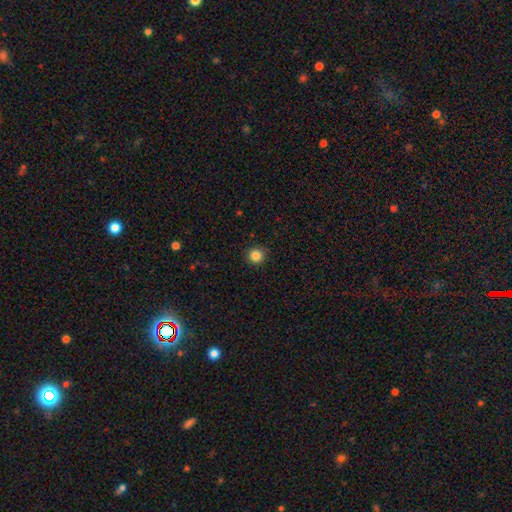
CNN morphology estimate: Smooth or featured? smooth (85%)
How rounded? round (94%)
Merging? none (92%)